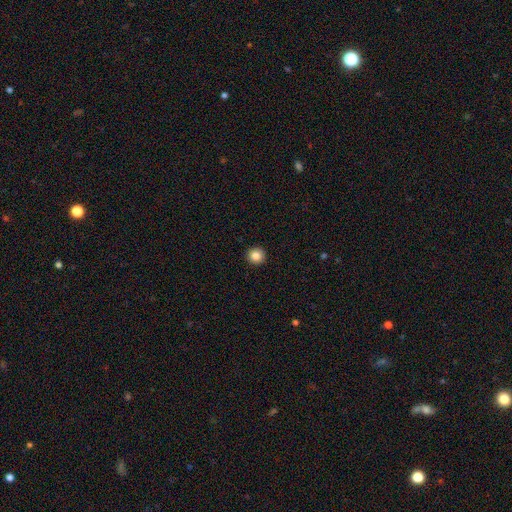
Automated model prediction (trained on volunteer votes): The model was most divided on "smooth or featured": smooth: 85%, star or artifact: 10%, featured or disk: 5%. More confident: how rounded — round (94%); merging — none (93%).